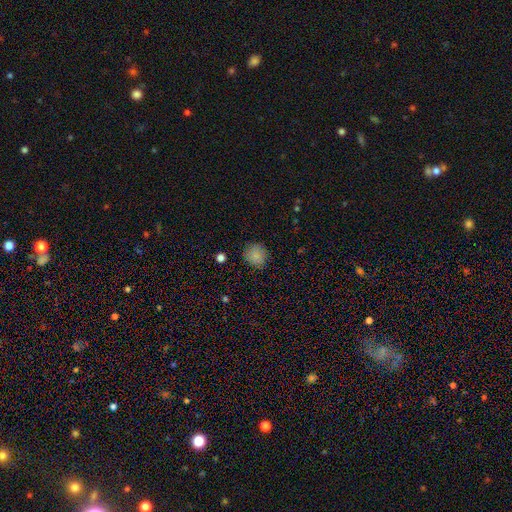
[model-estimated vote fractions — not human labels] smooth 85%, star or artifact 9%, featured or disk 5%. Down the decision tree: how rounded — round (89%); merging — none (87%).